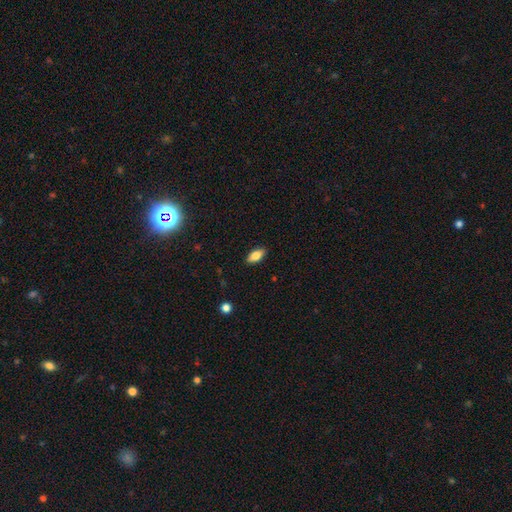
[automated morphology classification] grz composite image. It shows a smooth galaxy with no disk features (77%) that is in between round and cigar-shaped (85%). Merging: none (88%).